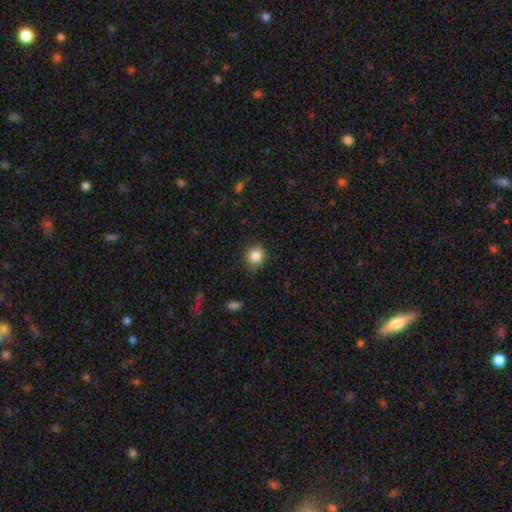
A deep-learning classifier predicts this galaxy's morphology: Smooth or featured?
  - smooth: 85% *
  - star or artifact: 10%
  - featured or disk: 5%
How rounded?
  - round: 85% *
  - in between: 14%
  - cigar-shaped: 1%
Merging?
  - none: 86% *
  - minor disturbance: 11%
  - major disturbance: 2%
  - merger: 1%